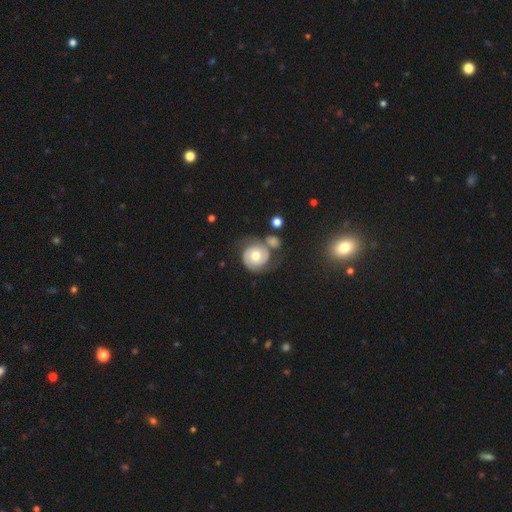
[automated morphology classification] Overall: featured or disk (68%). Edge-on disk: no (98%). Bar: no (78%). Spiral arms: yes (85%). Spiral arm count: 2 (78%). Spiral winding: tight (55%; medium 33%). Bulge size: moderate (76%). Merging: none (53%; minor disturbance 19%).